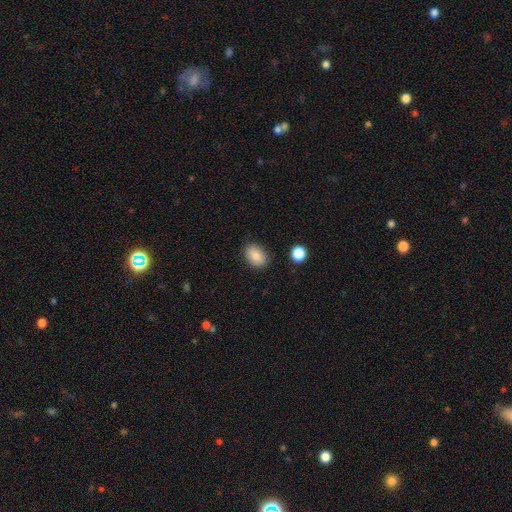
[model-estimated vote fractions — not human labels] A smooth galaxy with no disk features (84%) that is in between round and cigar-shaped (78%).

Vote fractions:
- Smooth or featured? smooth: 84% / star or artifact: 8% / featured or disk: 8%
- How rounded? in between: 78% / round: 21% / cigar-shaped: 1%
- Merging? none: 85% / minor disturbance: 11% / major disturbance: 3% / merger: 2%